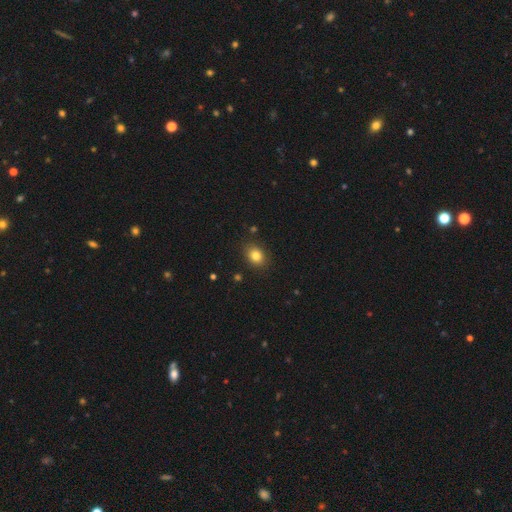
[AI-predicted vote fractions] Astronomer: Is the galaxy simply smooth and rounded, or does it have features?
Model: smooth — 83%.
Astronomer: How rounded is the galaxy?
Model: in between — 59% (runner-up: round, 40%).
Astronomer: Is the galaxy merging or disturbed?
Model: none — 85%.